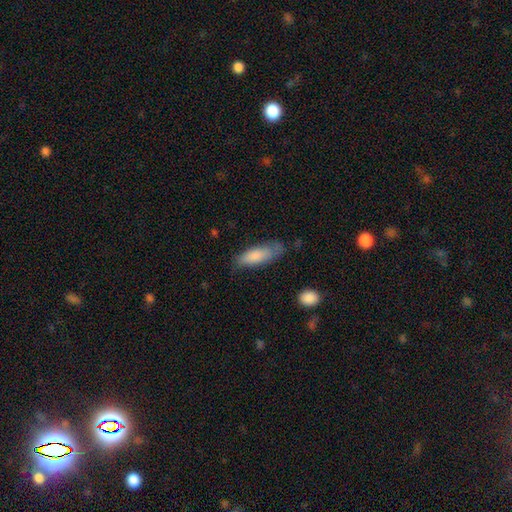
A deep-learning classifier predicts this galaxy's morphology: A smooth galaxy with no disk features (81%) that is in between round and cigar-shaped (61%). Merging: none (62%).